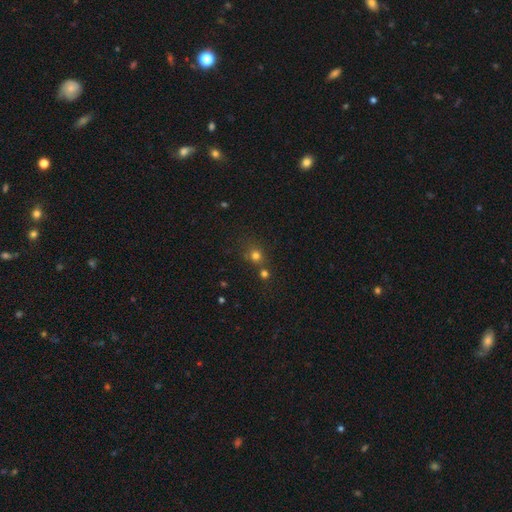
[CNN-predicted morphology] smooth_or_featured: smooth (p=0.71) [alt: star or artifact p=0.21]
how_rounded: round (p=0.84) [alt: in between p=0.15]
merging: none (p=0.61) [alt: merger p=0.24]